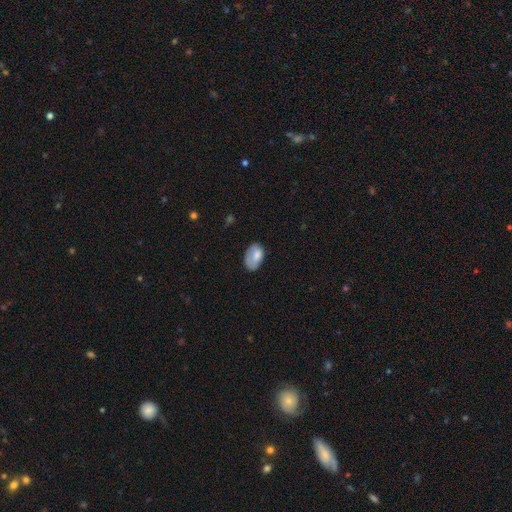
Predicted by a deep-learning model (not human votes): Smooth or featured?
  - smooth: 75% *
  - featured or disk: 17%
  - star or artifact: 8%
How rounded?
  - in between: 90% *
  - round: 9%
  - cigar-shaped: 1%
Merging?
  - none: 54% *
  - minor disturbance: 32%
  - major disturbance: 12%
  - merger: 2%